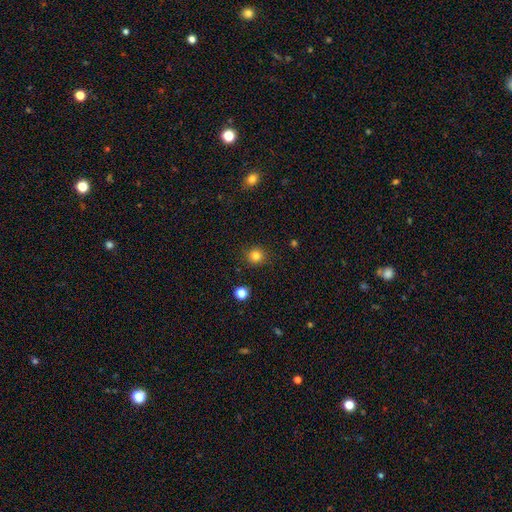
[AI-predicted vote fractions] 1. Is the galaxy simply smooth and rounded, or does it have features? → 82% smooth, 13% star or artifact, 5% featured or disk.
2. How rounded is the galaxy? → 92% round, 7% in between, 1% cigar-shaped.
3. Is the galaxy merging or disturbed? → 89% none, 8% minor disturbance, 2% major disturbance, 1% merger.